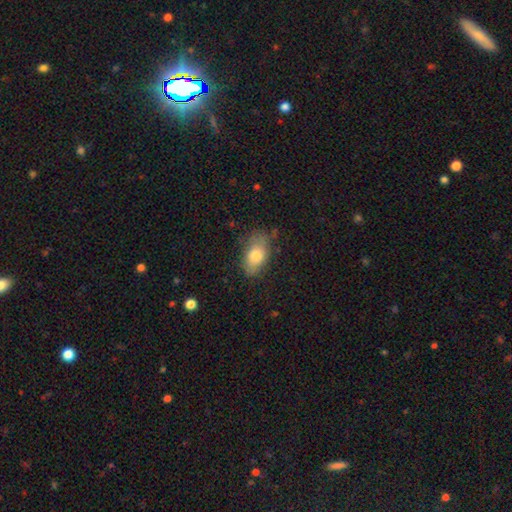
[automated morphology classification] Smooth or featured? Predicted: smooth (p=0.77). How rounded? Predicted: in between (p=0.89). Merging? Predicted: none (p=0.68).